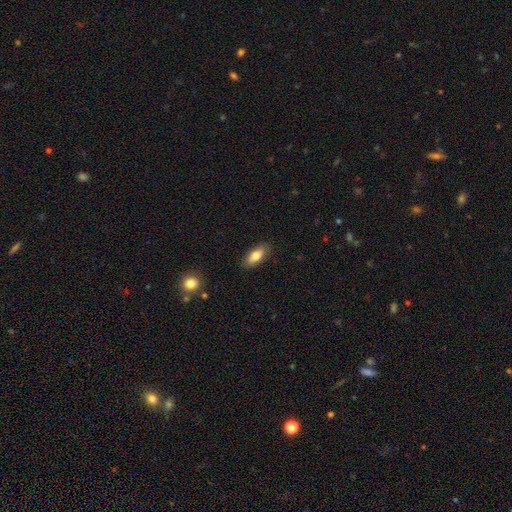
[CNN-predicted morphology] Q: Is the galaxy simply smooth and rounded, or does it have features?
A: smooth — 79%.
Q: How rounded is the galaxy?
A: in between — 85%.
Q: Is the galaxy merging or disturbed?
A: none — 86%.